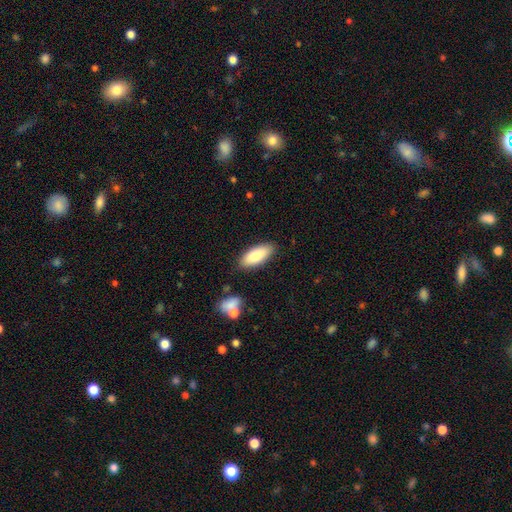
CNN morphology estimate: Smooth or featured? Predicted: smooth (p=0.83). How rounded? Predicted: in between (p=0.80). Merging? Predicted: none (p=0.84).